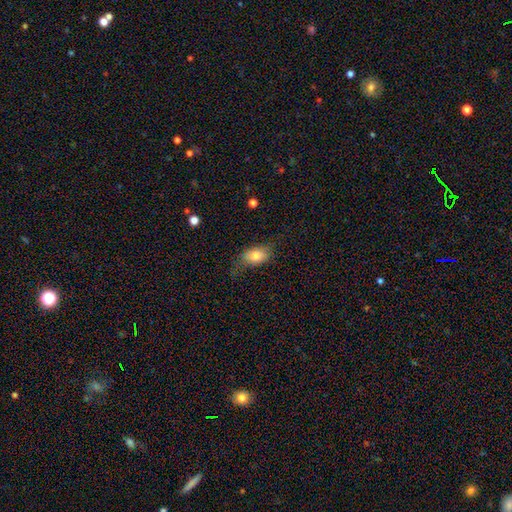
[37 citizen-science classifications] Q: Smooth or featured?
A: smooth (70%); runner-up: featured or disk (22%)
Q: How rounded?
A: in between (81%); runner-up: round (19%)
Q: Merging?
A: minor disturbance (38%); runner-up: none (32%)